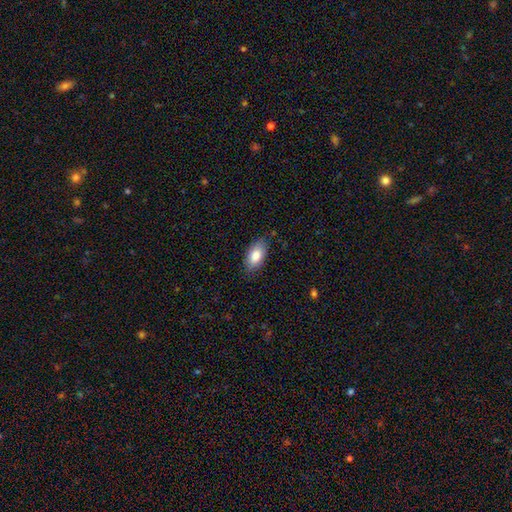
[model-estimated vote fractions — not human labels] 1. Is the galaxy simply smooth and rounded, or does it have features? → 84% smooth, 9% featured or disk, 6% star or artifact.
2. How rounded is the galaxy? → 92% in between, 4% cigar-shaped, 3% round.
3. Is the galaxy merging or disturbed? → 81% none, 15% minor disturbance, 3% major disturbance, 1% merger.